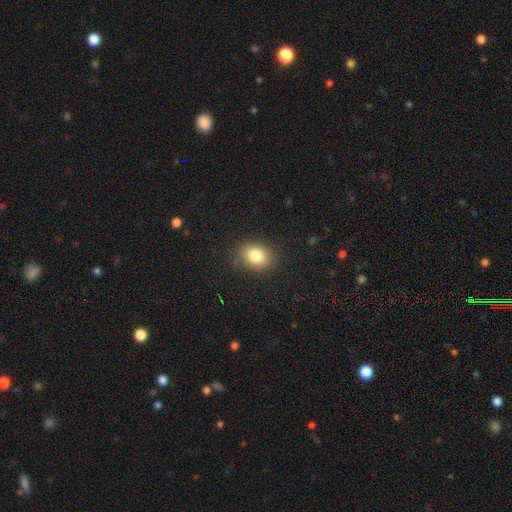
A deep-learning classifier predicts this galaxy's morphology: The model was most divided on "how rounded": in between: 54%, round: 45%, cigar-shaped: 1%. More confident: merging — none (83%); smooth or featured — smooth (81%).